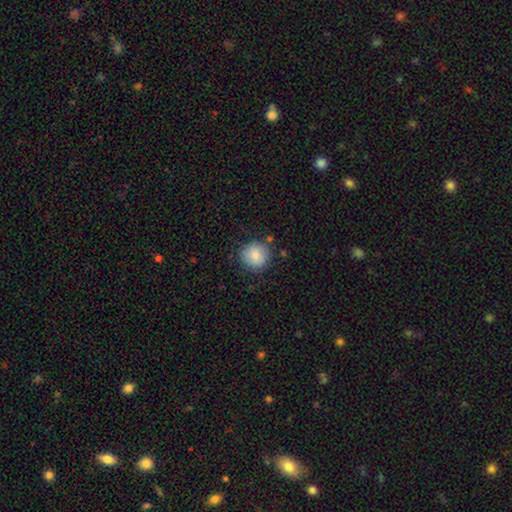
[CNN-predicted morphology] A smooth galaxy with no disk features (84%) that is round (91%). Merging: none (81%).